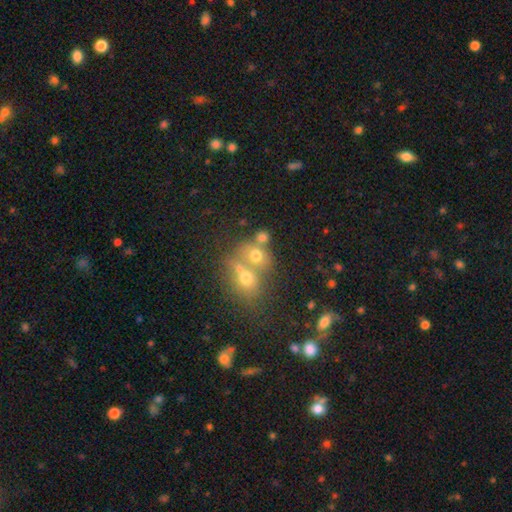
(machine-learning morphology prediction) Q: Smooth or featured?
A: smooth (61%); runner-up: featured or disk (22%)
Q: How rounded?
A: round (71%); runner-up: in between (28%)
Q: Merging?
A: merger (53%); runner-up: none (34%)